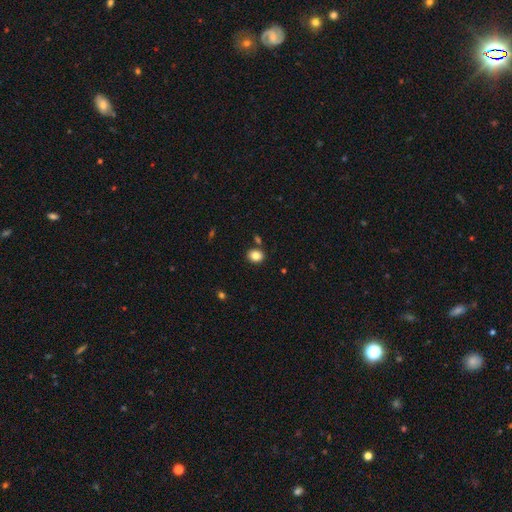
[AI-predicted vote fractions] Q: Smooth or featured?
A: smooth (84%); runner-up: star or artifact (10%)
Q: How rounded?
A: round (58%); runner-up: in between (41%)
Q: Merging?
A: none (83%); runner-up: minor disturbance (9%)